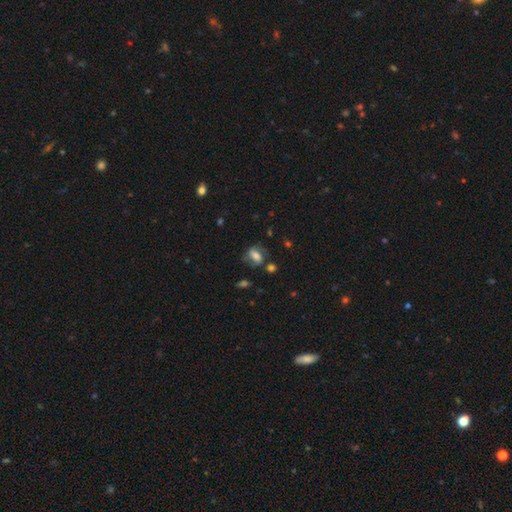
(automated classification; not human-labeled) Smooth or featured? smooth (53%)
How rounded? in between (74%)
Merging? none (61%)